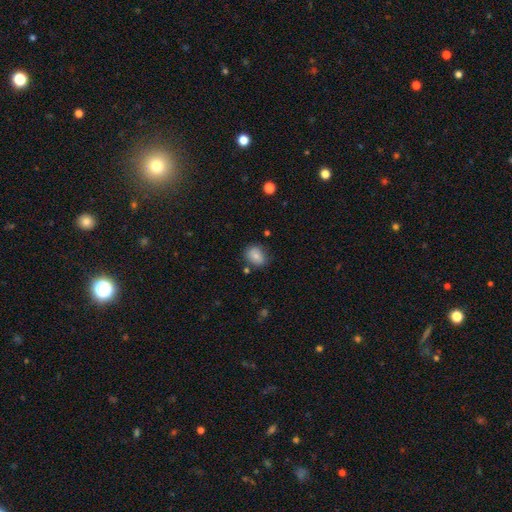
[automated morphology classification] This appears to be a smooth galaxy with no disk features (79%) that is in between round and cigar-shaped (56%). Merging: none (72%).